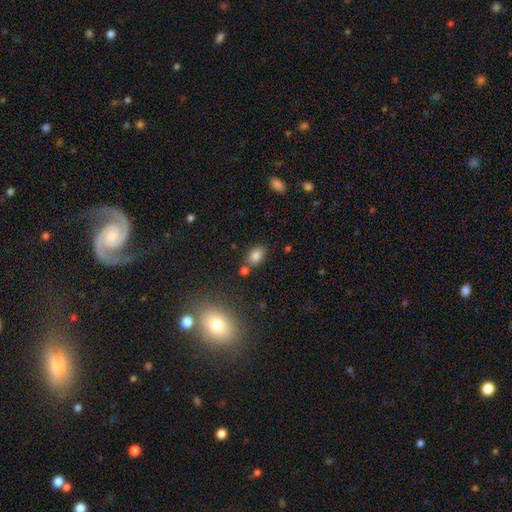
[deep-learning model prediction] A smooth galaxy with no disk features (82%) that is in between round and cigar-shaped (82%).

Vote fractions:
- Smooth or featured? smooth: 82% / star or artifact: 11% / featured or disk: 7%
- How rounded? in between: 82% / round: 17% / cigar-shaped: 2%
- Merging? none: 70% / merger: 14% / minor disturbance: 13% / major disturbance: 4%